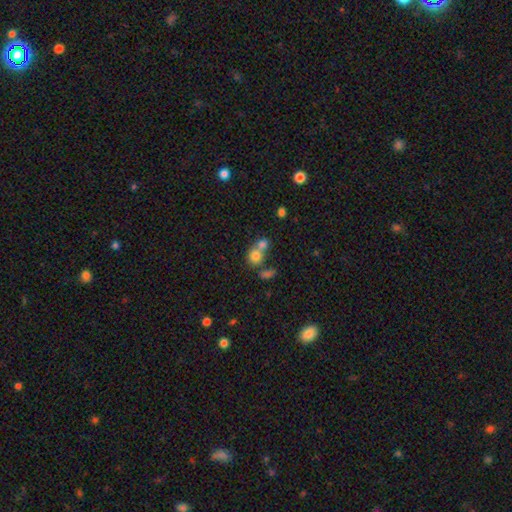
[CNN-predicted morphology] type=smooth (75%); roundness=round (74%); merging=merger (57%).